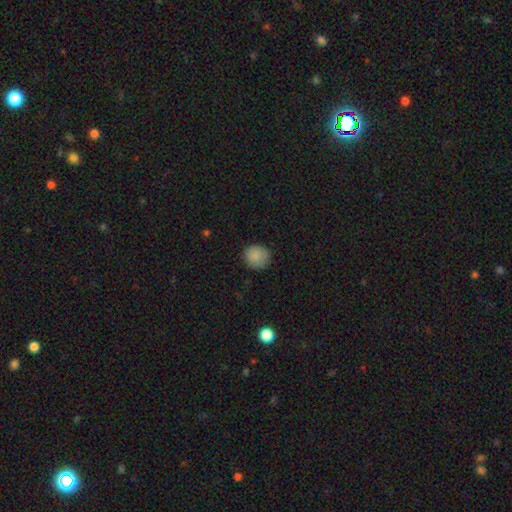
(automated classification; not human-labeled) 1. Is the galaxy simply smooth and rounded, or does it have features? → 87% smooth, 9% star or artifact, 5% featured or disk.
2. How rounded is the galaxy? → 90% round, 9% in between, 1% cigar-shaped.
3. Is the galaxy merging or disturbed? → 86% none, 10% minor disturbance, 2% major disturbance, 1% merger.